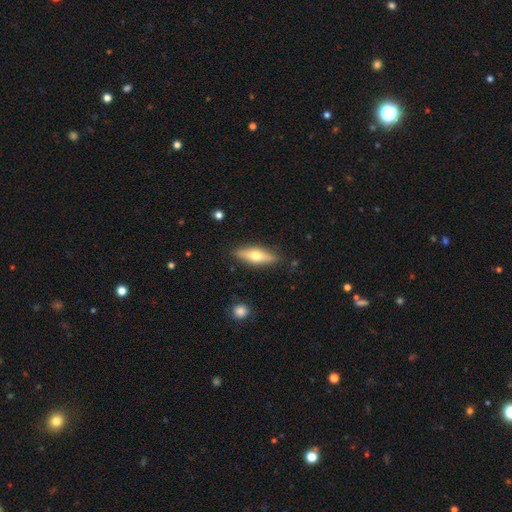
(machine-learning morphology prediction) This is possibly a smooth galaxy (51%). How rounded: possibly cigar-shaped (50%). Merging: clearly none (86%).